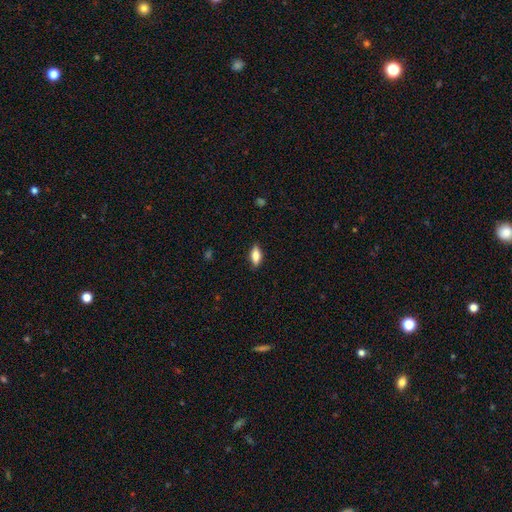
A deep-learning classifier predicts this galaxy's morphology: The model was most divided on "how rounded": in between: 81%, cigar-shaped: 16%, round: 3%. More confident: merging — none (84%); smooth or featured — smooth (80%).